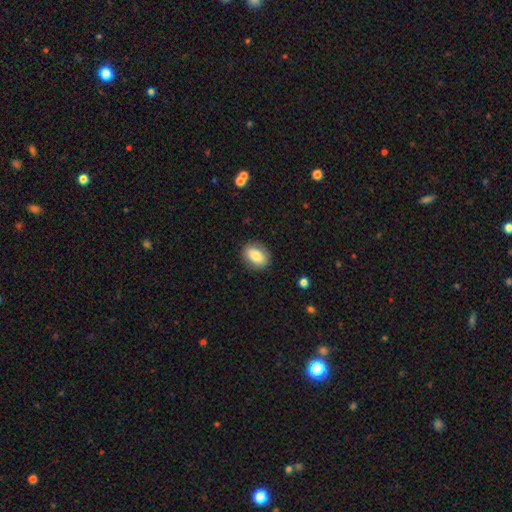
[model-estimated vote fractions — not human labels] Q: Smooth or featured?
A: smooth (82%); runner-up: featured or disk (10%)
Q: How rounded?
A: in between (77%); runner-up: round (21%)
Q: Merging?
A: none (86%); runner-up: minor disturbance (10%)